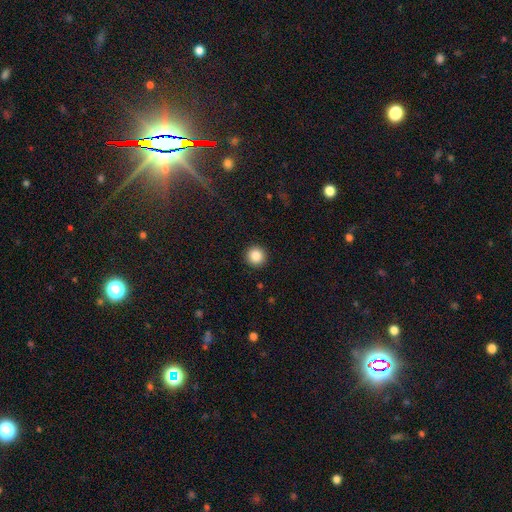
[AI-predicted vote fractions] Overall: smooth (86%). How rounded: round (96%). Merging: none (93%).